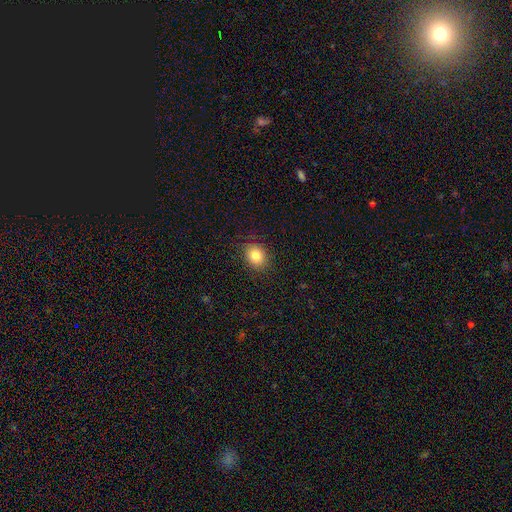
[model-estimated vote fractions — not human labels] This is clearly a smooth galaxy (83%). How rounded: possibly round (58%). Merging: clearly none (87%).